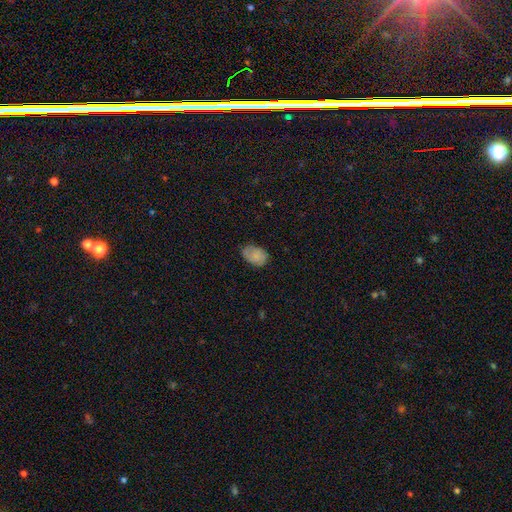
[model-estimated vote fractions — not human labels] A smooth galaxy with no disk features (80%) that is in between round and cigar-shaped (82%).

Vote fractions:
- Smooth or featured? smooth: 80% / featured or disk: 12% / star or artifact: 9%
- How rounded? in between: 82% / round: 17% / cigar-shaped: 1%
- Merging? none: 66% / minor disturbance: 27% / major disturbance: 6% / merger: 1%